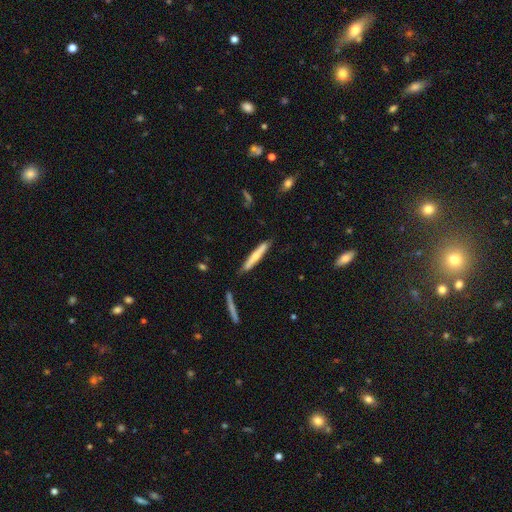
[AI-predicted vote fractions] Smooth or featured? Predicted: smooth (p=0.53). How rounded? Predicted: cigar-shaped (p=0.94). Merging? Predicted: none (p=0.83).